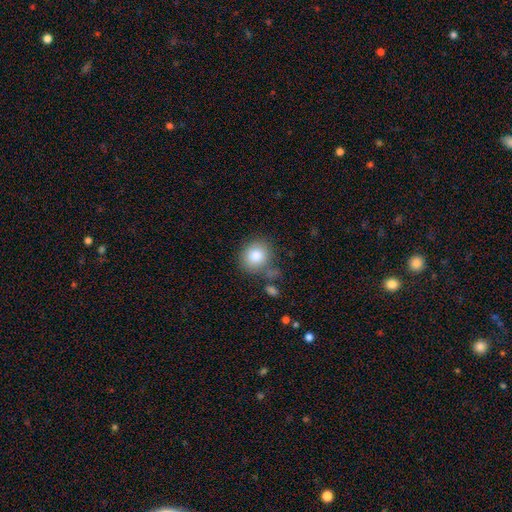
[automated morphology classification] The model was most divided on "merging": none: 68%, minor disturbance: 16%, merger: 9%, major disturbance: 6%. More confident: smooth or featured — smooth (85%); how rounded — round (76%).